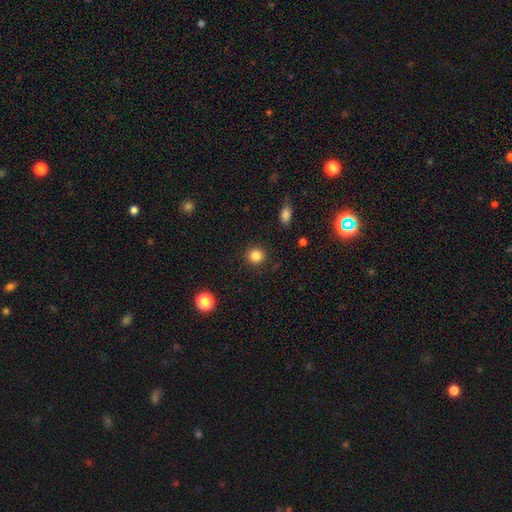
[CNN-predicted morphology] Overall: smooth (85%). How rounded: round (92%). Merging: none (91%).